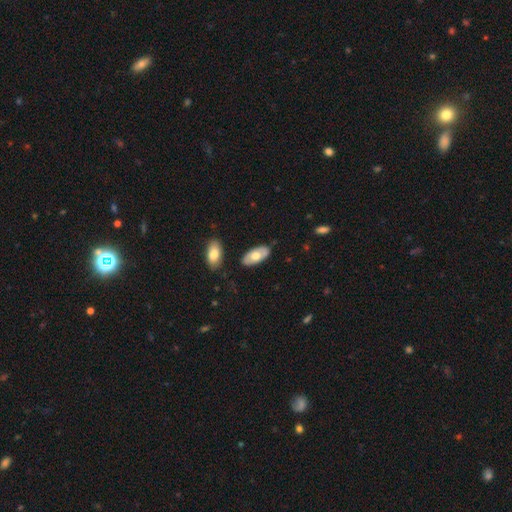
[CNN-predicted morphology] smooth_or_featured: smooth (p=0.60) [alt: featured or disk p=0.35]
how_rounded: in between (p=0.93) [alt: cigar-shaped p=0.05]
merging: none (p=0.82) [alt: minor disturbance p=0.12]